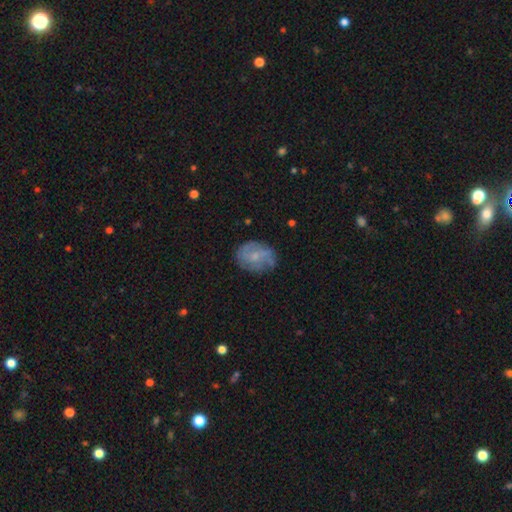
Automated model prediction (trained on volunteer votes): Smooth or featured: featured or disk — 56% (smooth — 36%)
Edge-on disk: no — 97% (yes — 3%)
Bar: no — 66% (weak — 30%)
Spiral arms: yes — 72% (no — 28%)
Bulge size: small — 60% (moderate — 25%)
Merging: none — 67% (minor disturbance — 22%)